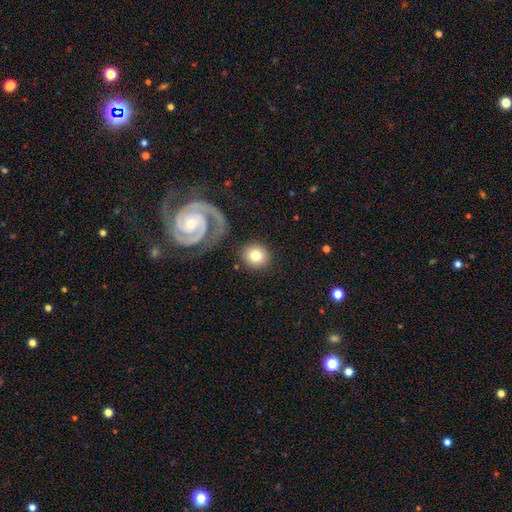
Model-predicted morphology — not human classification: A smooth galaxy with no disk features (75%) that is round (85%). Merging: none (83%).